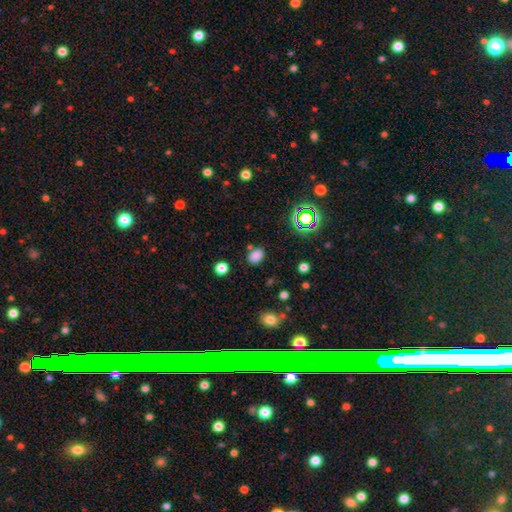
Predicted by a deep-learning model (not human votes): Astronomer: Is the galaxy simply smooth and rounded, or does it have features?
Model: smooth — 78%.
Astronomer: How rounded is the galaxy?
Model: in between — 71%.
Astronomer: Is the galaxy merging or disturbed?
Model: none — 78%.